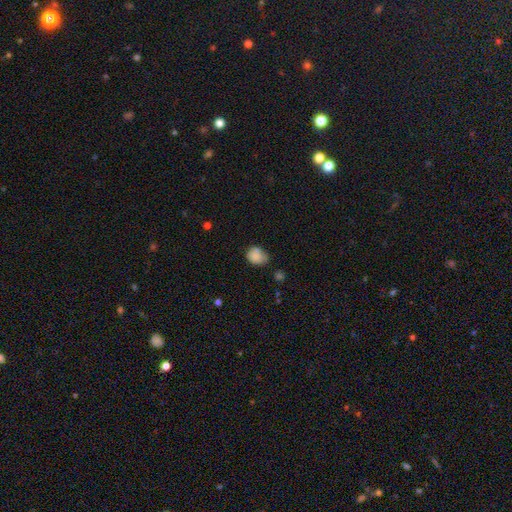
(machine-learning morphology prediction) Q: Smooth or featured?
A: smooth (84%); runner-up: star or artifact (10%)
Q: How rounded?
A: in between (51%); runner-up: round (48%)
Q: Merging?
A: none (49%); runner-up: minor disturbance (37%)